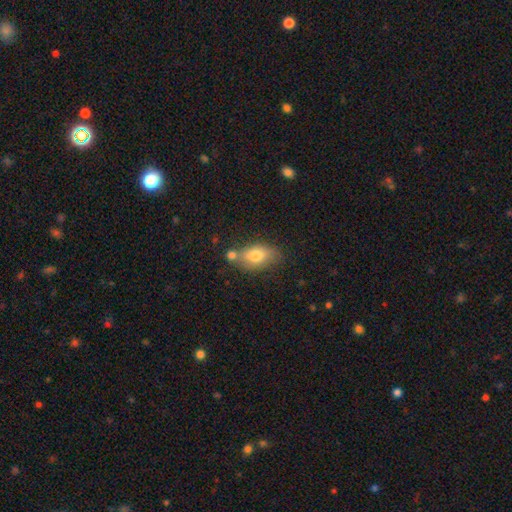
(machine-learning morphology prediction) Smooth or featured?
  - smooth: 75% *
  - featured or disk: 17%
  - star or artifact: 8%
How rounded?
  - in between: 86% *
  - round: 10%
  - cigar-shaped: 4%
Merging?
  - none: 52% *
  - merger: 23%
  - minor disturbance: 19%
  - major disturbance: 6%